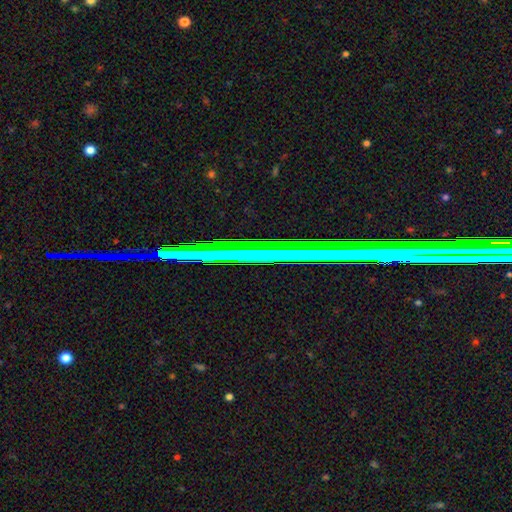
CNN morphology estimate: This is likely a star or artifact rather than a galaxy (67%).